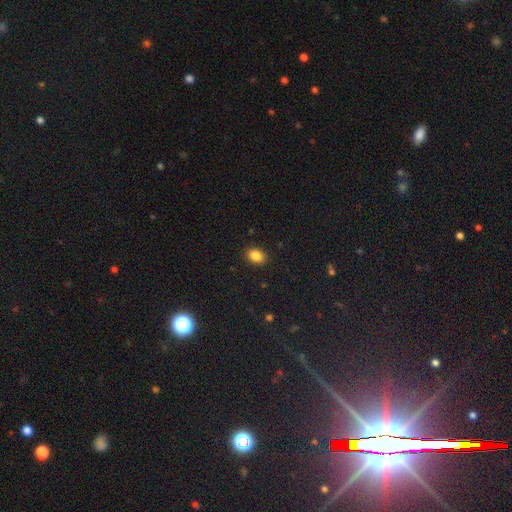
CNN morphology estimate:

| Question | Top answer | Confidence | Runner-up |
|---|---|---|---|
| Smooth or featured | smooth | 86% | star or artifact (9%) |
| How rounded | in between | 70% | round (29%) |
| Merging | none | 89% | minor disturbance (8%) |